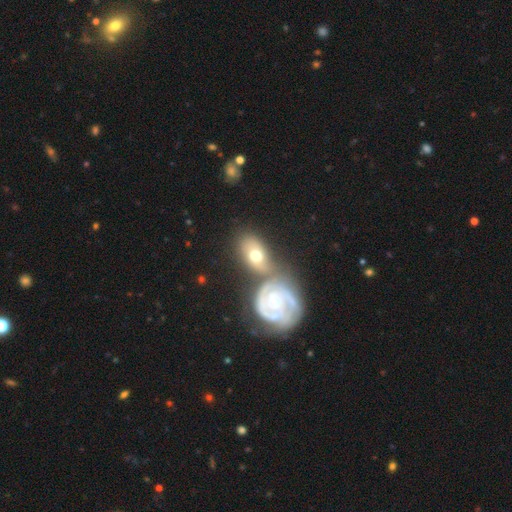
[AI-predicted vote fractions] smooth-or-featured: featured or disk: 53% | smooth: 41% | star or artifact: 6%
  disk-edge-on: no: 91% | yes: 9%
  merging: merger: 43% | none: 37% | minor disturbance: 14% | major disturbance: 6%